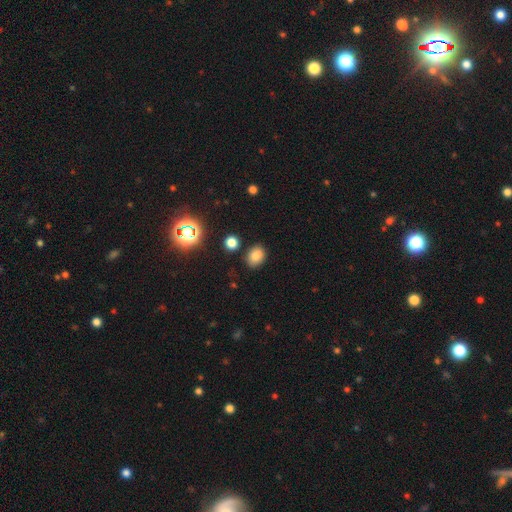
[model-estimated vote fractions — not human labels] This is likely a smooth galaxy (79%). How rounded: likely in between (64%). Merging: clearly none (83%).